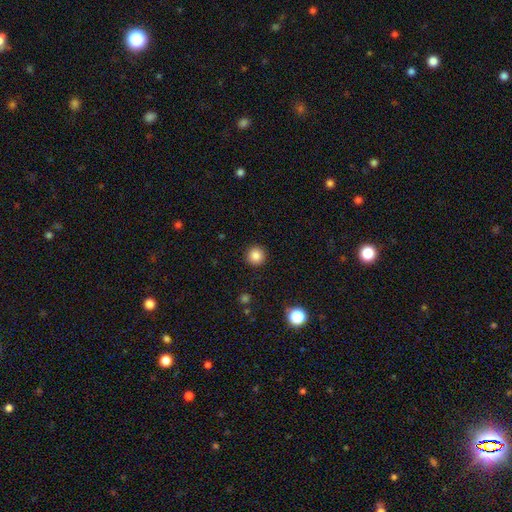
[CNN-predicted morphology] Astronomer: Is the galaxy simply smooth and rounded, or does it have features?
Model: smooth — 85%.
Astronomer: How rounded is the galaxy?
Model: round — 95%.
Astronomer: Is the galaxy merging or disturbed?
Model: none — 92%.